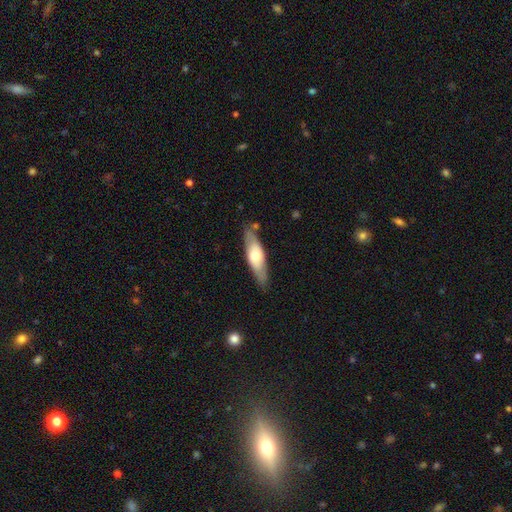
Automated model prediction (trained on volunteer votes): Q: Smooth or featured?
A: smooth (52%); runner-up: featured or disk (43%)
Q: How rounded?
A: cigar-shaped (54%); runner-up: in between (44%)
Q: Merging?
A: none (81%); runner-up: minor disturbance (14%)